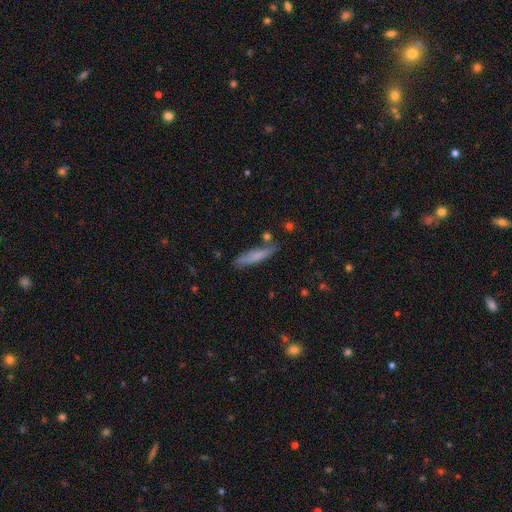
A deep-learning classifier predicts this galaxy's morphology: A smooth galaxy with no disk features (70%) that is cigar-shaped (85%).

Vote fractions:
- Smooth or featured? smooth: 70% / featured or disk: 23% / star or artifact: 7%
- How rounded? cigar-shaped: 85% / in between: 14% / round: 2%
- Merging? none: 76% / minor disturbance: 16% / merger: 5% / major disturbance: 4%